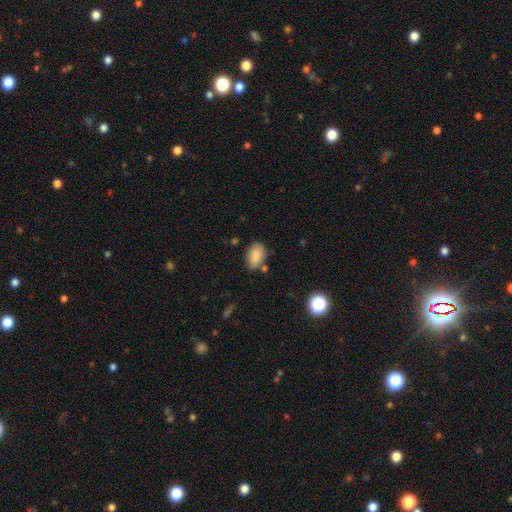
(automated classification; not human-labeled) Q: Smooth or featured?
A: smooth (85%); runner-up: star or artifact (8%)
Q: How rounded?
A: in between (89%); runner-up: round (10%)
Q: Merging?
A: none (69%); runner-up: minor disturbance (21%)